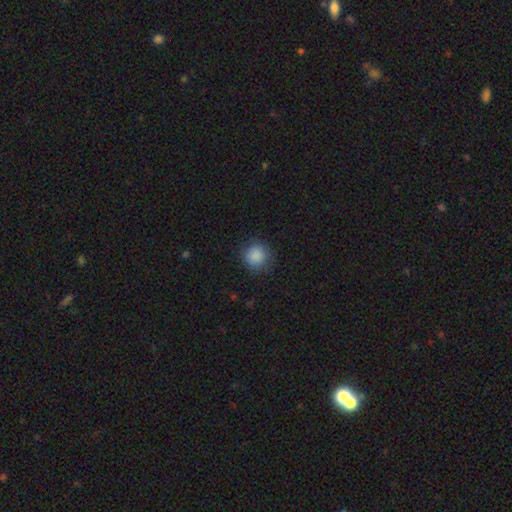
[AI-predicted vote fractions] Smooth or featured? smooth (87%)
How rounded? round (92%)
Merging? none (86%)